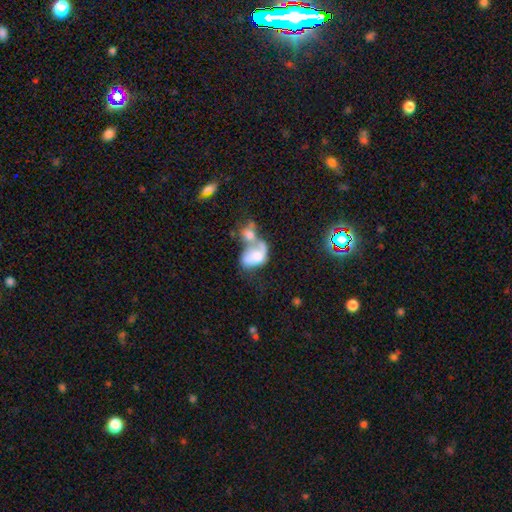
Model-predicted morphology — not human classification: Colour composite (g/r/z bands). It shows a smooth galaxy with no disk features (54%) that is in between round and cigar-shaped (85%). Merging: merger (70%).